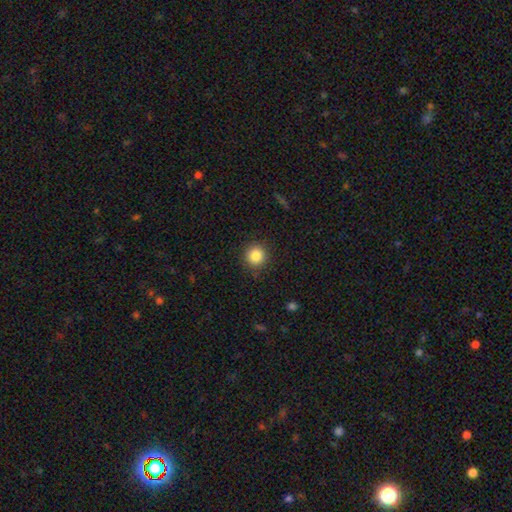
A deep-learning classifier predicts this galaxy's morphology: Smooth or featured?
  - smooth: 85% *
  - star or artifact: 10%
  - featured or disk: 5%
How rounded?
  - round: 94% *
  - in between: 5%
  - cigar-shaped: 1%
Merging?
  - none: 90% *
  - minor disturbance: 7%
  - major disturbance: 2%
  - merger: 1%